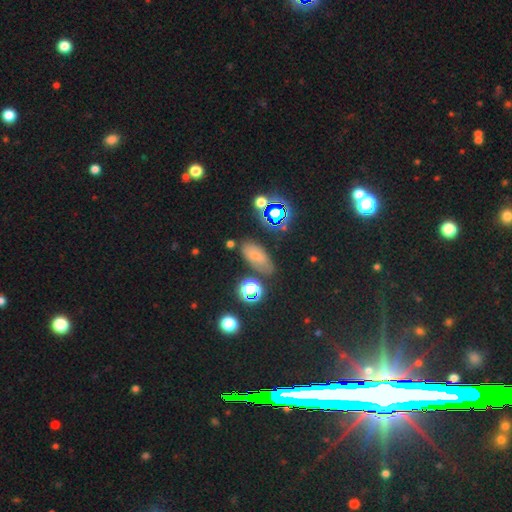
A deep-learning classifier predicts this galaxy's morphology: This is possibly a smooth galaxy (57%). How rounded: clearly in between (86%). Merging: likely none (72%).